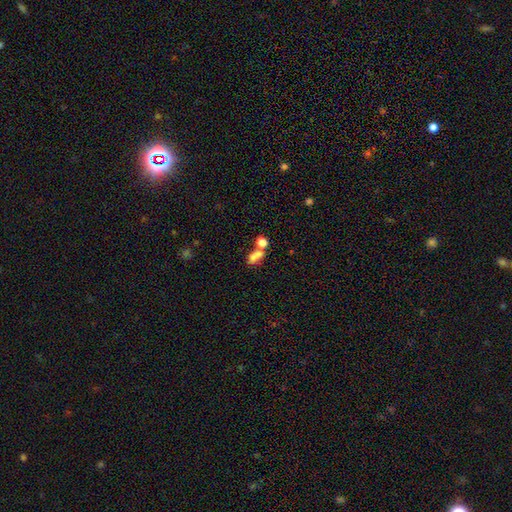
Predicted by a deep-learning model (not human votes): A smooth galaxy with no disk features (65%) that is in between round and cigar-shaped (67%).

Vote fractions:
- Smooth or featured? smooth: 65% / featured or disk: 20% / star or artifact: 15%
- How rounded? in between: 67% / round: 25% / cigar-shaped: 8%
- Merging? merger: 52% / none: 28% / minor disturbance: 11% / major disturbance: 10%